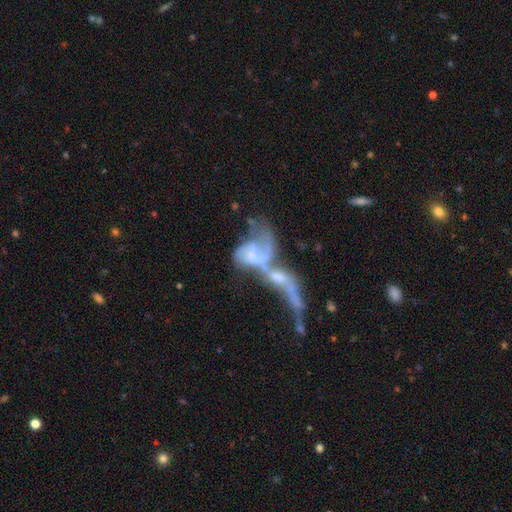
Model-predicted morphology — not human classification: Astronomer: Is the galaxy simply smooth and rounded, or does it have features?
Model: featured or disk — 69%.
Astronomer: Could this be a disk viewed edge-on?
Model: no — 93%.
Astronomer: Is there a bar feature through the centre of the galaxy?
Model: no — 72%.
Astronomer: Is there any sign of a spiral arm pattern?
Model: yes — 65%.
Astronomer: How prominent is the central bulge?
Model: none — 42% (runner-up: small, 32%).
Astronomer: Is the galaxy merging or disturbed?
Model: merger — 71%.